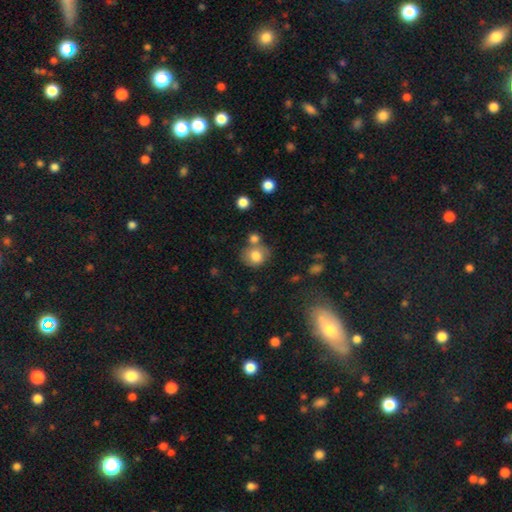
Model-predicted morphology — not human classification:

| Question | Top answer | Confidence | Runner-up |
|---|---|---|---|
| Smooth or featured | smooth | 79% | featured or disk (12%) |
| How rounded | round | 72% | in between (27%) |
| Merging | none | 59% | merger (20%) |